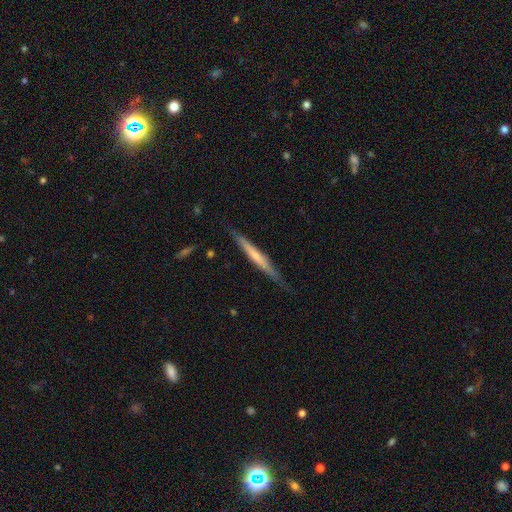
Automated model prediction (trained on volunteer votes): featured or disk 51%, smooth 43%, star or artifact 5%. Down the decision tree: edge-on disk — yes (95%); merging — none (80%).